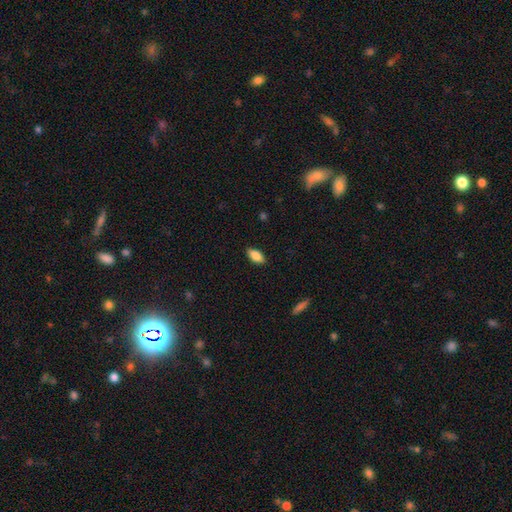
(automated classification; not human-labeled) This appears to be a smooth galaxy with no disk features (85%) that is in between round and cigar-shaped (86%). Merging: none (88%).